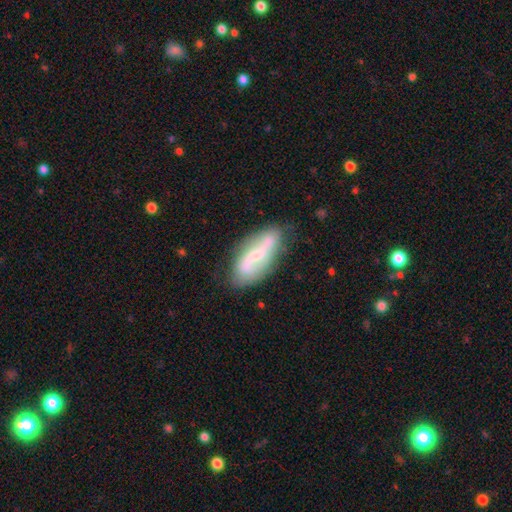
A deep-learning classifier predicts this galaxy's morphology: The model was most divided on "bar": weak: 41%, strong: 32%, no: 26%. More confident: edge-on disk — no (90%); spiral arm count — 2 (84%); spiral arms — yes (83%); merging — none (73%); smooth or featured — featured or disk (68%); spiral winding — loose (59%); bulge size — small (54%).